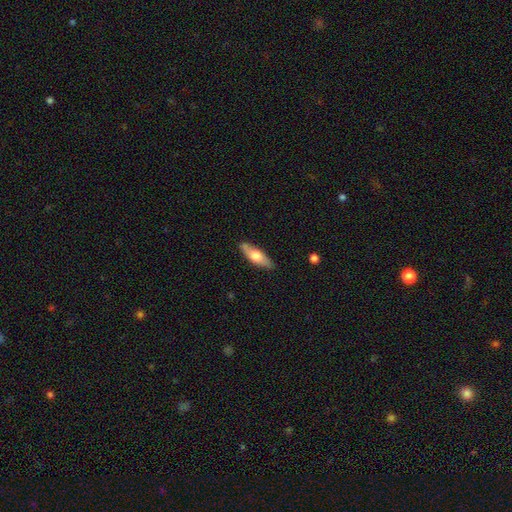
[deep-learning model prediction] A smooth galaxy with no disk features (56%) that is in between round and cigar-shaped (51%). Merging: none (83%).